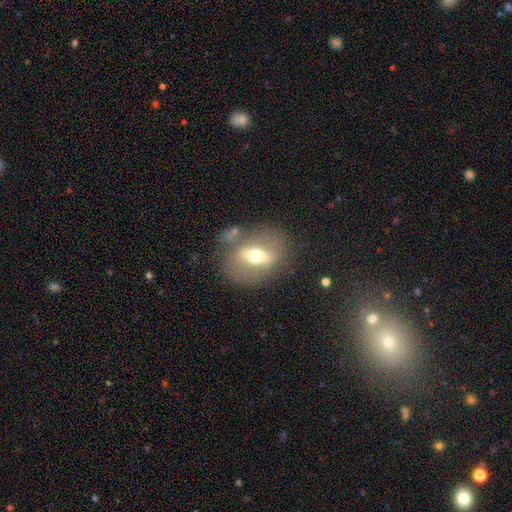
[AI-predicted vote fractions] Q: Smooth or featured?
A: featured or disk (56%); runner-up: smooth (36%)
Q: Edge-on disk?
A: no (79%); runner-up: yes (21%)
Q: Merging?
A: none (66%); runner-up: minor disturbance (16%)